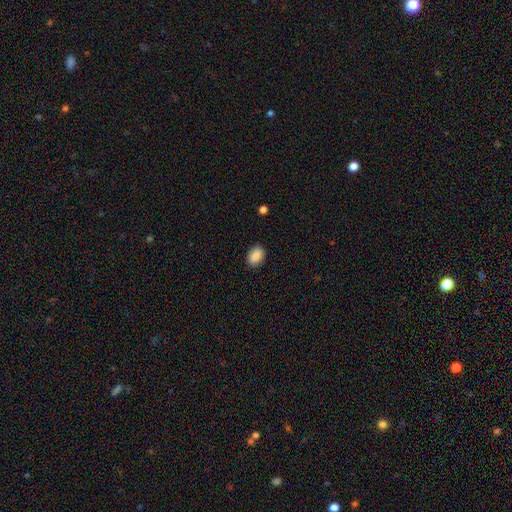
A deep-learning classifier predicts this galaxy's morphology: A smooth galaxy with no disk features (89%) that is in between round and cigar-shaped (76%).

Vote fractions:
- Smooth or featured? smooth: 89% / star or artifact: 8% / featured or disk: 3%
- How rounded? in between: 76% / round: 23% / cigar-shaped: 1%
- Merging? none: 88% / minor disturbance: 9% / major disturbance: 2% / merger: 1%